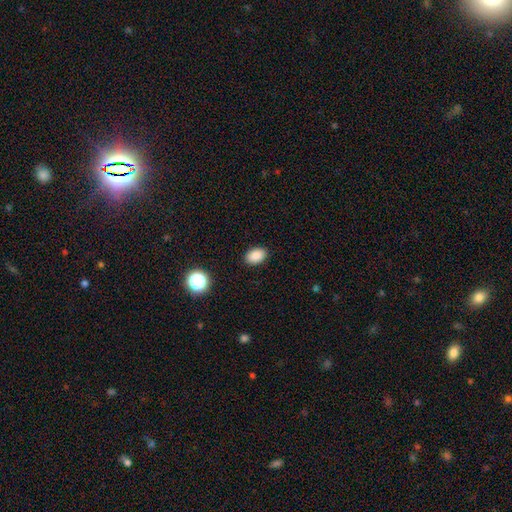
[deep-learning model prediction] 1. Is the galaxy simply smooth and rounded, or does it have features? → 87% smooth, 10% star or artifact, 3% featured or disk.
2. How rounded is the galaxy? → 85% in between, 14% round, 1% cigar-shaped.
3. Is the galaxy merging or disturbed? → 89% none, 8% minor disturbance, 2% major disturbance, 1% merger.